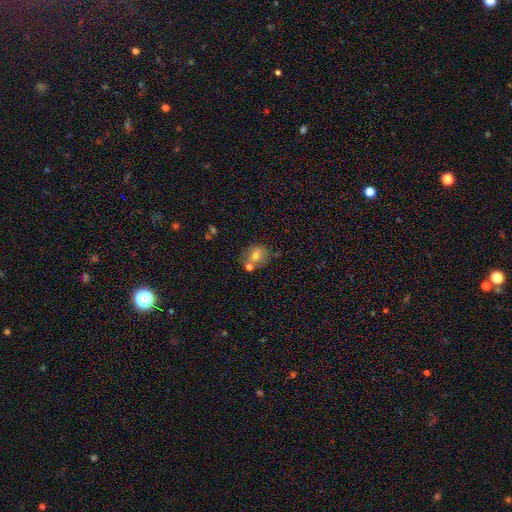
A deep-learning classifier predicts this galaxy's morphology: Smooth or featured: smooth — 65% (featured or disk — 22%)
How rounded: round — 63% (in between — 36%)
Merging: none — 50% (merger — 26%)